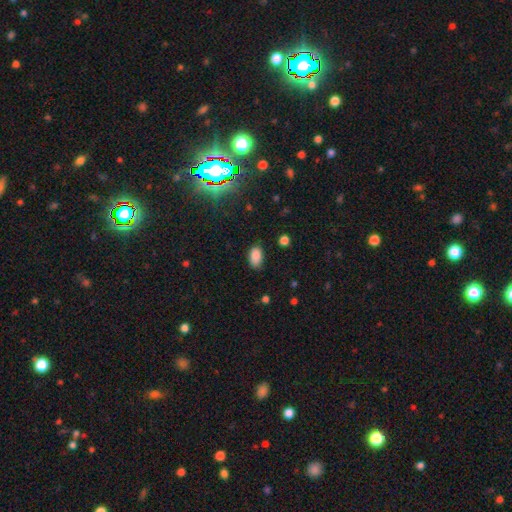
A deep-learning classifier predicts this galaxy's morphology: smooth 85%, star or artifact 11%, featured or disk 4%. Down the decision tree: how rounded — in between (92%); merging — none (76%).